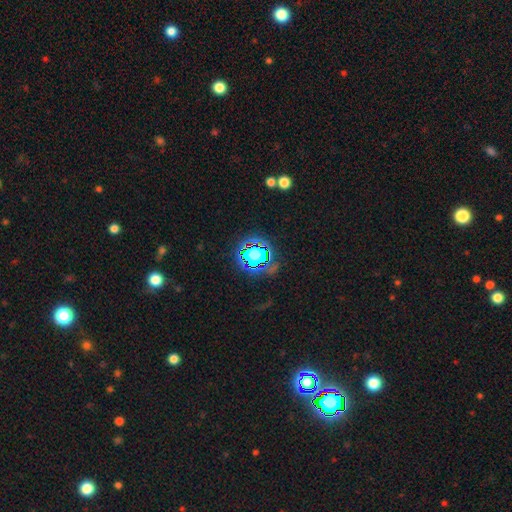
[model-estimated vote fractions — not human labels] smooth_or_featured: star or artifact (p=0.54) [alt: smooth p=0.28]